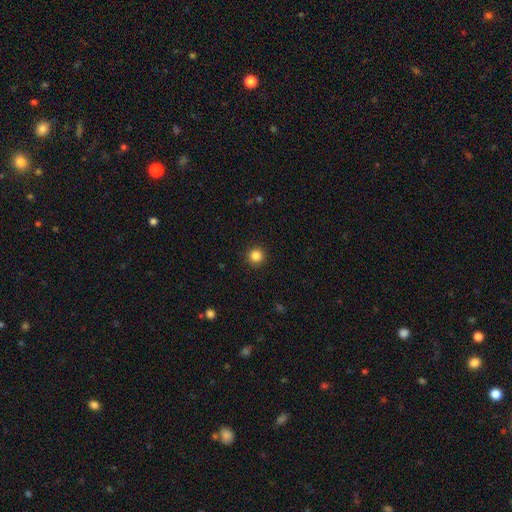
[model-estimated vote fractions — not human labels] smooth_or_featured: smooth (p=0.84) [alt: star or artifact p=0.12]
how_rounded: round (p=0.96) [alt: in between p=0.03]
merging: none (p=0.93) [alt: minor disturbance p=0.04]